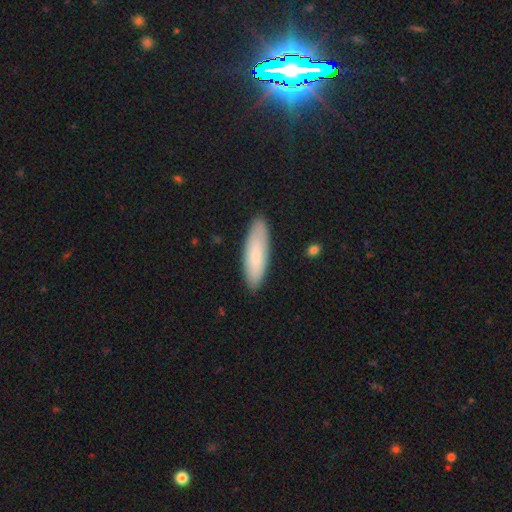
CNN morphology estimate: Smooth or featured? smooth (81%)
How rounded? cigar-shaped (54%)
Merging? none (87%)